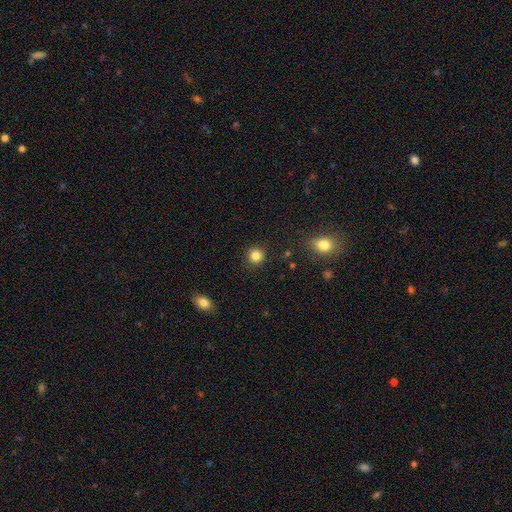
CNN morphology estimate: Q: Smooth or featured?
A: smooth (84%); runner-up: star or artifact (12%)
Q: How rounded?
A: round (93%); runner-up: in between (6%)
Q: Merging?
A: none (90%); runner-up: minor disturbance (6%)